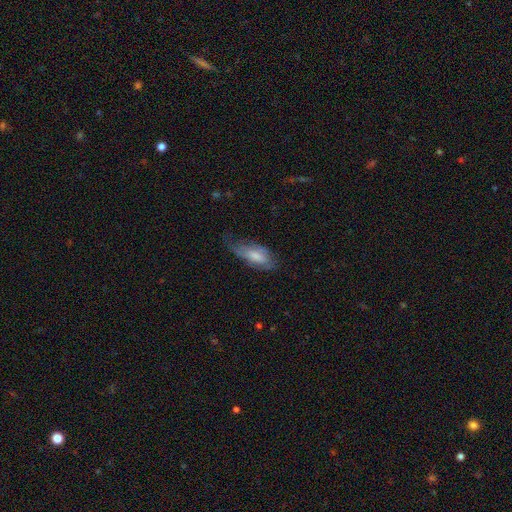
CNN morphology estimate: This appears to be a smooth galaxy with no disk features (64%) that is in between round and cigar-shaped (81%). Merging: none (37%).